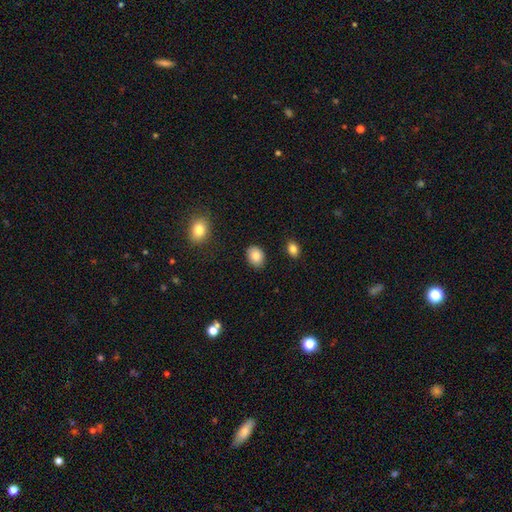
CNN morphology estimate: Smooth or featured? Predicted: smooth (p=0.87). How rounded? Predicted: in between (p=0.72). Merging? Predicted: none (p=0.86).